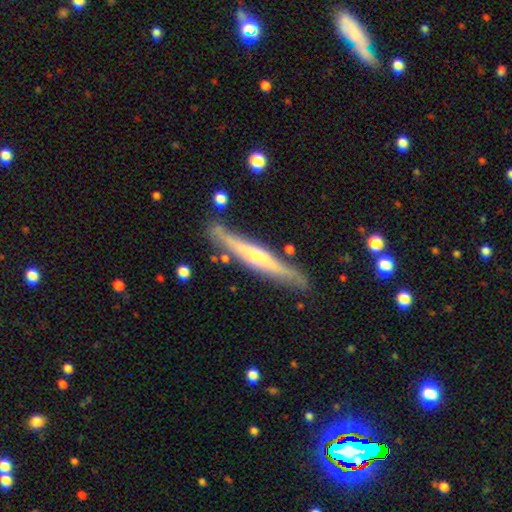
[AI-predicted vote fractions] Overall: featured or disk (66%; smooth 29%). Edge-on disk: yes (92%). Edge-on bulge: rounded (77%). Merging: none (78%).